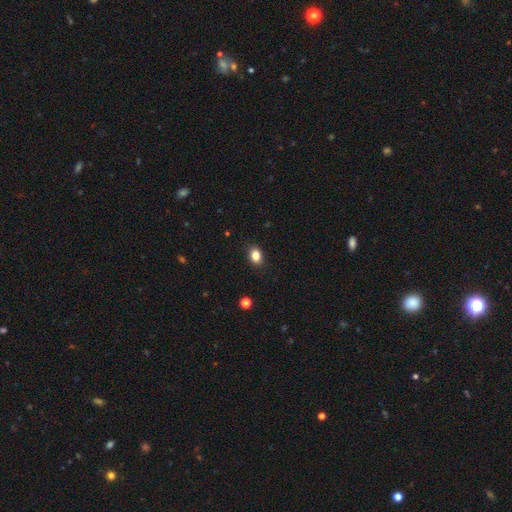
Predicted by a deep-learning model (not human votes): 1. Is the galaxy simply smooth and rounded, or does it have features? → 84% smooth, 10% star or artifact, 6% featured or disk.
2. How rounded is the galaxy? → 69% in between, 30% round, 1% cigar-shaped.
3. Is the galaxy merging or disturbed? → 88% none, 9% minor disturbance, 2% major disturbance, 1% merger.